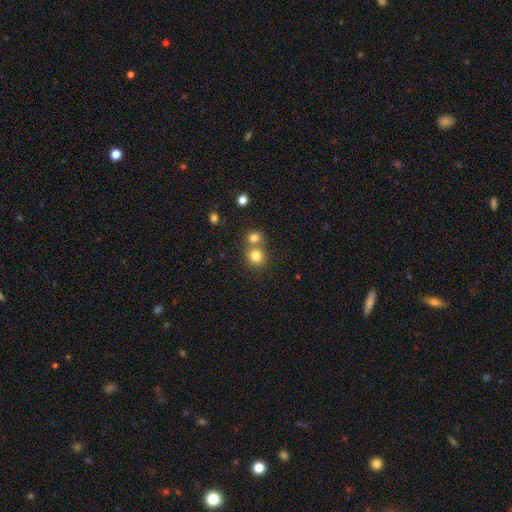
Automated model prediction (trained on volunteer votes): This is clearly a smooth galaxy (80%). How rounded: clearly round (88%). Merging: possibly none (54%).